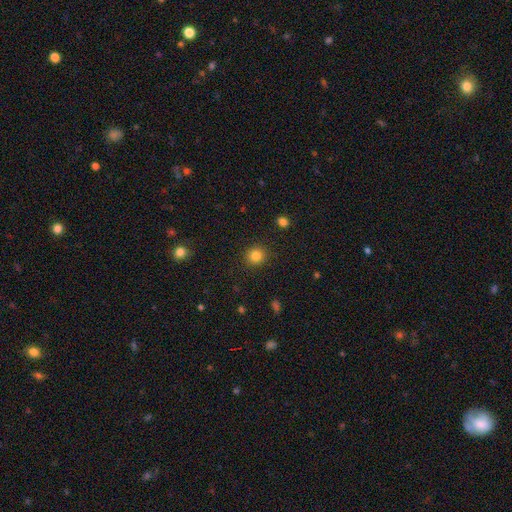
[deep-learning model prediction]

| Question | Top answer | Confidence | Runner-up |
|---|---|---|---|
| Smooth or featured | smooth | 83% | star or artifact (12%) |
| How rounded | round | 91% | in between (8%) |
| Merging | none | 91% | minor disturbance (6%) |